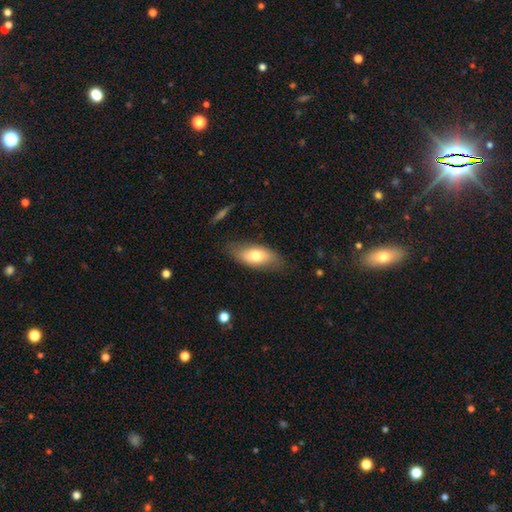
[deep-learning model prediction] smooth-or-featured: smooth: 68% | featured or disk: 26% | star or artifact: 6%
  how-rounded: in between: 87% | cigar-shaped: 9% | round: 4%
  merging: none: 73% | minor disturbance: 20% | major disturbance: 5% | merger: 2%